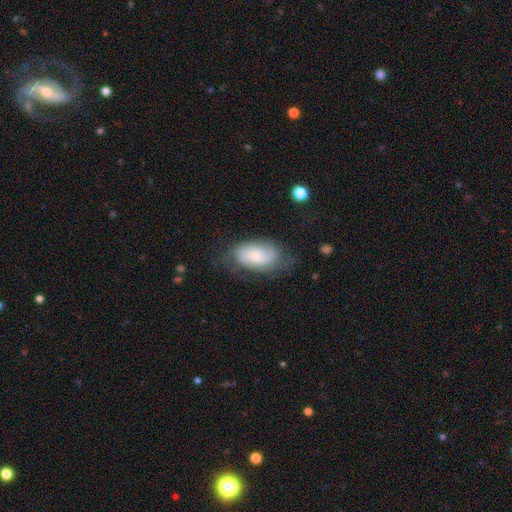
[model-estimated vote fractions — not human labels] featured or disk 52%, smooth 41%, star or artifact 8%. Down the decision tree: edge-on disk — no (94%); merging — none (61%).